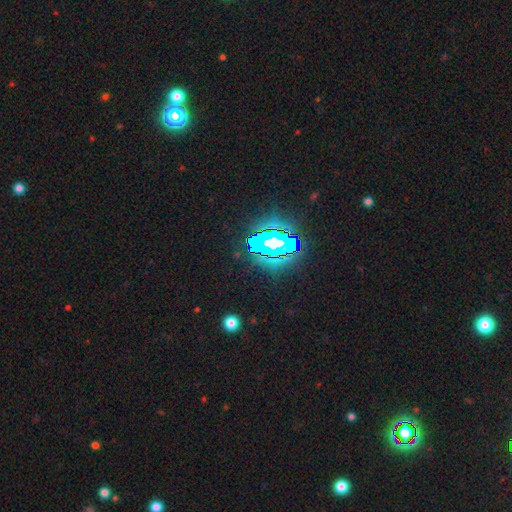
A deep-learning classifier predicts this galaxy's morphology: Smooth or featured? star or artifact (79%)